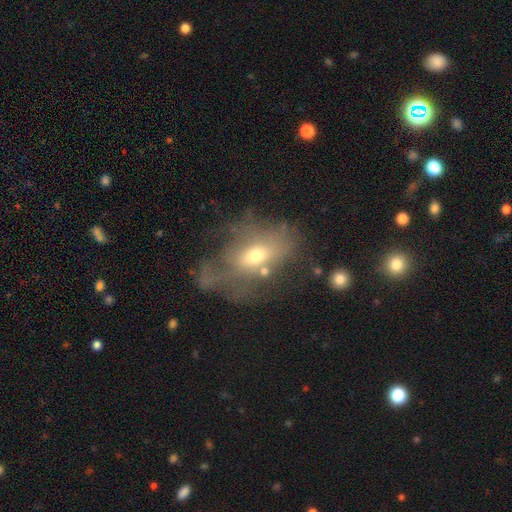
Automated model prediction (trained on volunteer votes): smooth 47%, featured or disk 40%, star or artifact 13%. Down the decision tree: merging — major disturbance (43%).